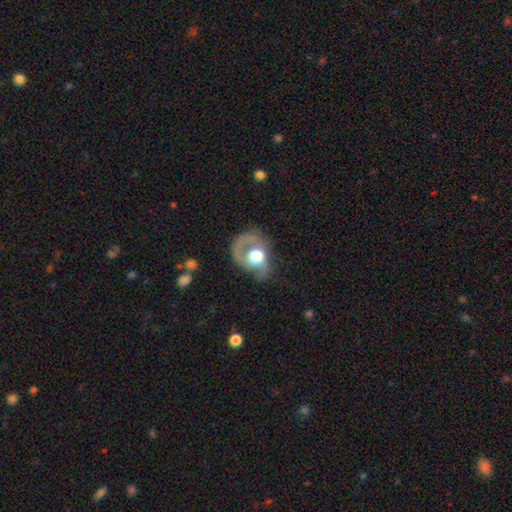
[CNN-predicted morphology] Smooth or featured?
  - featured or disk: 60% *
  - smooth: 33%
  - star or artifact: 7%
Edge-on disk?
  - no: 96% *
  - yes: 4%
Bar?
  - no: 80% *
  - weak: 16%
  - strong: 4%
Spiral arms?
  - yes: 64% *
  - no: 36%
Bulge size?
  - large: 46% *
  - moderate: 43%
  - dominant: 7%
  - small: 3%
  - none: 1%
Merging?
  - major disturbance: 37% *
  - none: 36%
  - minor disturbance: 23%
  - merger: 3%